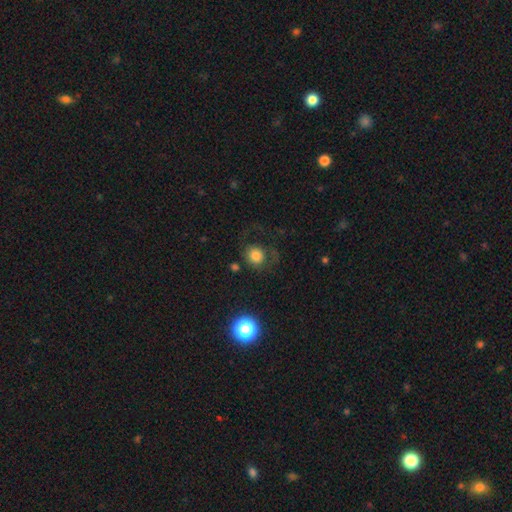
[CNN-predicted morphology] Overall: smooth (73%). How rounded: round (84%). Merging: none (57%; major disturbance 23%).